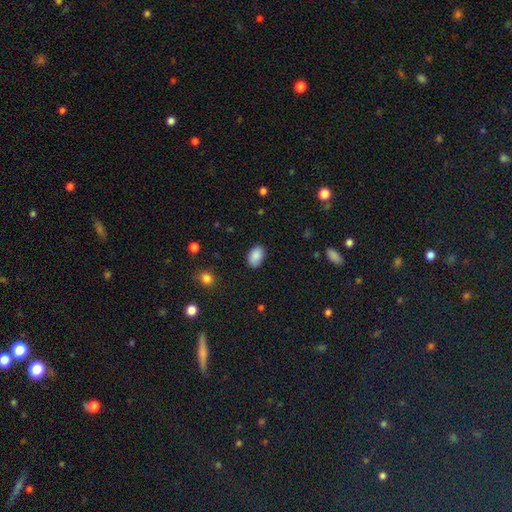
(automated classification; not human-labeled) Smooth or featured? Predicted: smooth (p=0.89). How rounded? Predicted: in between (p=0.88). Merging? Predicted: none (p=0.86).